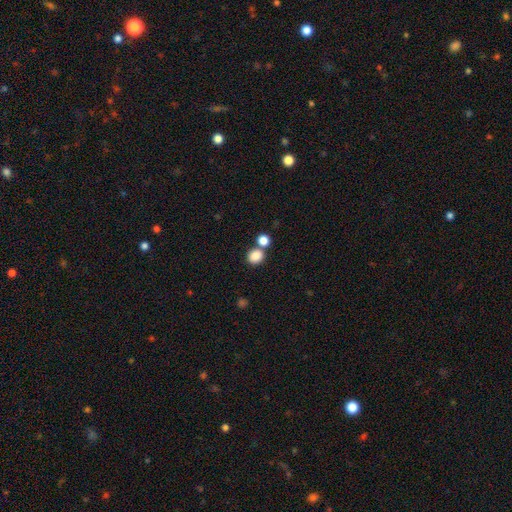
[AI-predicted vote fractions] smooth 85%, star or artifact 10%, featured or disk 5%. Down the decision tree: how rounded — round (76%); merging — none (61%).